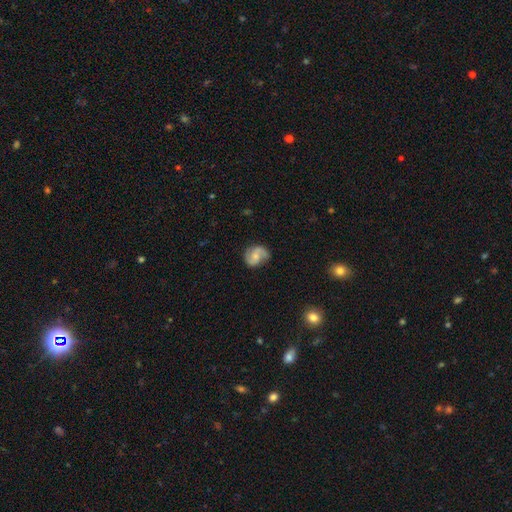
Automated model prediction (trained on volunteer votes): featured or disk 76%, smooth 18%, star or artifact 6%. Down the decision tree: edge-on disk — no (98%); bar — no (55%); spiral arms — yes (96%); spiral arm count — 2 (88%); spiral winding — medium (50%); bulge size — small (46%); merging — none (75%).